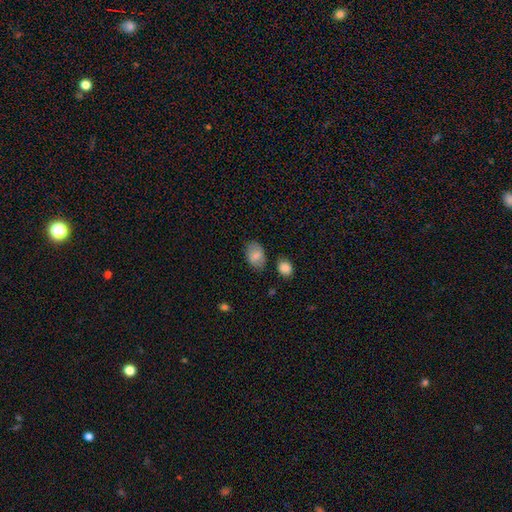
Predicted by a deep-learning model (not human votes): Smooth or featured? smooth (76%)
How rounded? in between (86%)
Merging? none (76%)